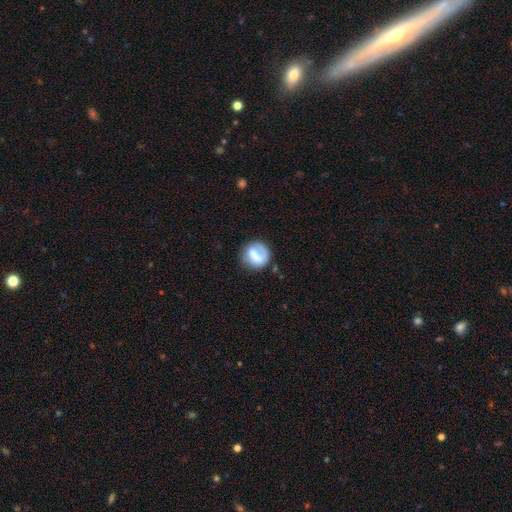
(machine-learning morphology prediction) smooth_or_featured: smooth (p=0.63) [alt: featured or disk p=0.30]
how_rounded: round (p=0.82) [alt: in between p=0.16]
merging: none (p=0.63) [alt: minor disturbance p=0.20]